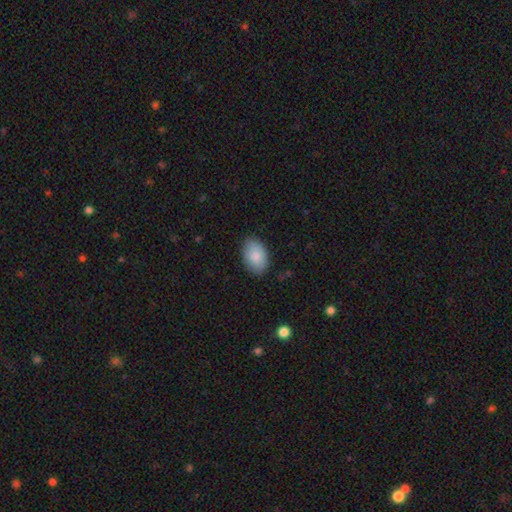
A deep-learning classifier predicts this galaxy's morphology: smooth_or_featured: smooth (p=0.87) [alt: featured or disk p=0.06]
how_rounded: in between (p=0.91) [alt: round p=0.08]
merging: none (p=0.85) [alt: minor disturbance p=0.11]